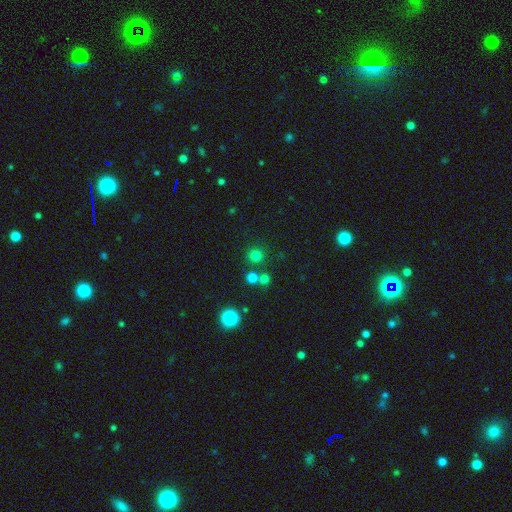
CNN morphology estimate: The model was most divided on "smooth or featured": smooth: 74%, star or artifact: 21%, featured or disk: 6%. More confident: how rounded — round (92%); merging — none (76%).